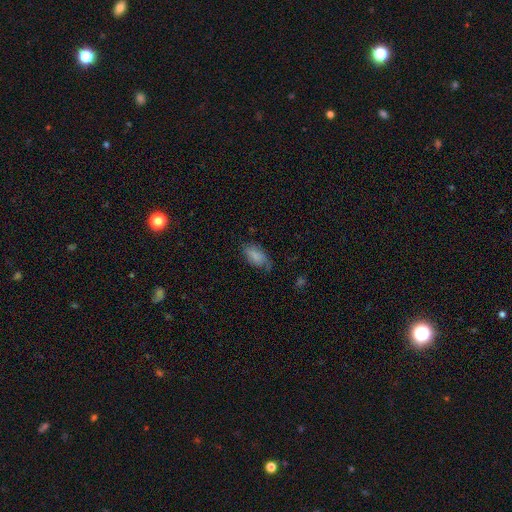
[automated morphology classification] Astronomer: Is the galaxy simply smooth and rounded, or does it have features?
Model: smooth — 78%.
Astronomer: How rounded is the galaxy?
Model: in between — 93%.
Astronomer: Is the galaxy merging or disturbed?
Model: none — 55% (runner-up: minor disturbance, 31%).